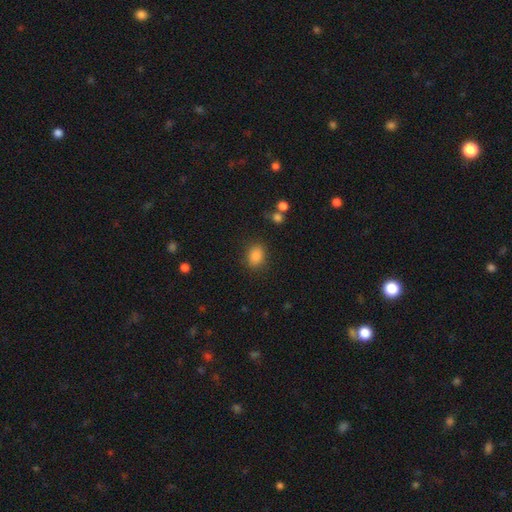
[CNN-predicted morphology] smooth 86%, star or artifact 10%, featured or disk 4%. Down the decision tree: how rounded — in between (63%); merging — none (85%).